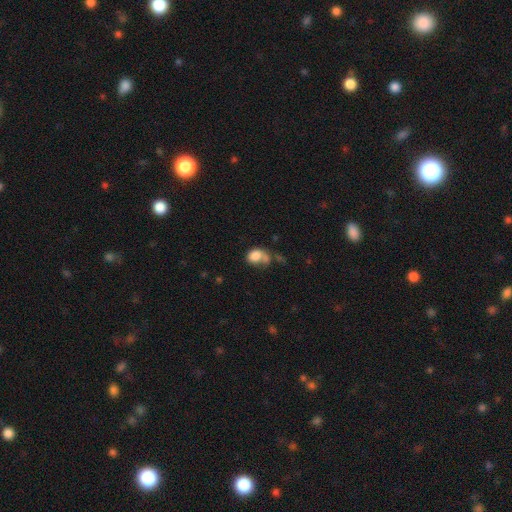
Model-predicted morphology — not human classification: Q: Smooth or featured?
A: smooth (78%); runner-up: featured or disk (13%)
Q: How rounded?
A: in between (56%); runner-up: round (43%)
Q: Merging?
A: none (31%); tied with: merger (31%)